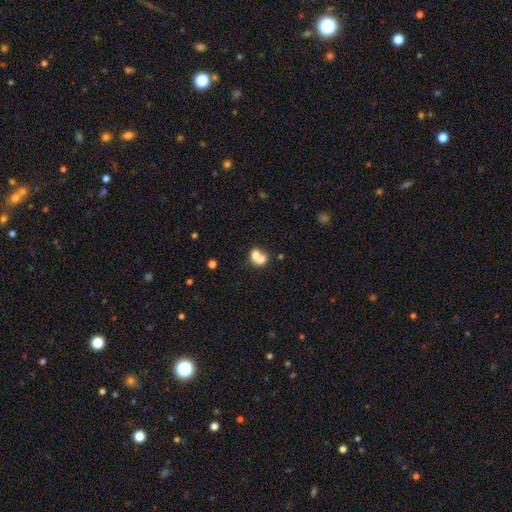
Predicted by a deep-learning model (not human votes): smooth_or_featured: smooth (p=0.67) [alt: featured or disk p=0.23]
how_rounded: round (p=0.54) [alt: in between p=0.45]
merging: merger (p=0.68) [alt: none p=0.22]